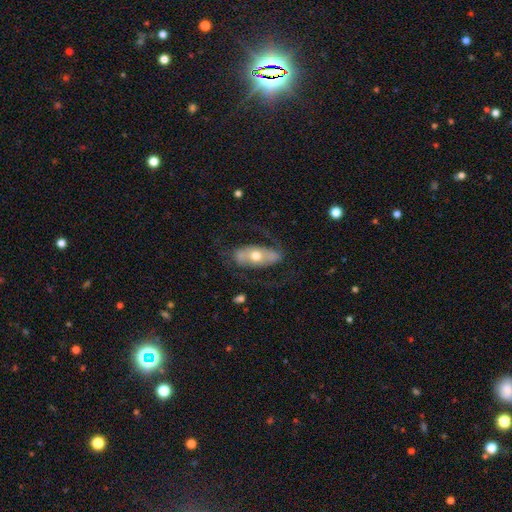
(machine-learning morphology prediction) Q: Smooth or featured?
A: featured or disk (68%); runner-up: smooth (25%)
Q: Edge-on disk?
A: no (85%); runner-up: yes (15%)
Q: Bar?
A: no (50%); runner-up: strong (26%)
Q: Spiral arms?
A: yes (71%); runner-up: no (29%)
Q: Bulge size?
A: moderate (70%); runner-up: small (19%)
Q: Merging?
A: none (70%); runner-up: minor disturbance (15%)